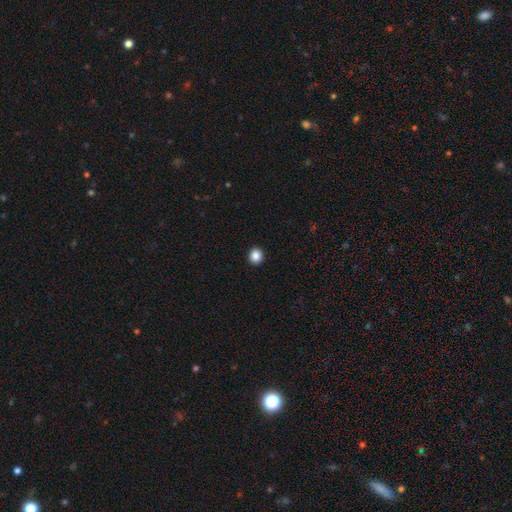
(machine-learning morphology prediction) Q: Smooth or featured?
A: smooth (87%); runner-up: star or artifact (10%)
Q: How rounded?
A: round (87%); runner-up: in between (12%)
Q: Merging?
A: none (93%); runner-up: minor disturbance (4%)